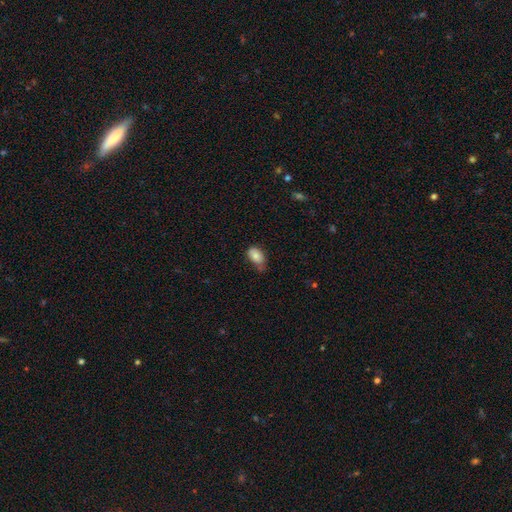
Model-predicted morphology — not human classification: Smooth or featured? smooth (81%)
How rounded? in between (90%)
Merging? none (53%)